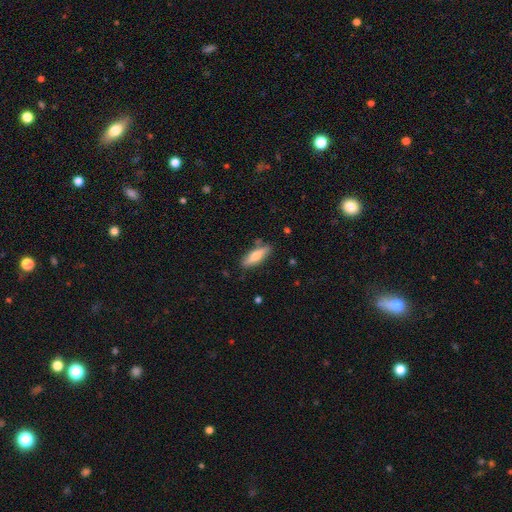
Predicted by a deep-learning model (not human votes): Morphology: type=smooth (70%); roundness=in between (49%, tied with cigar-shaped); merging=none (81%).